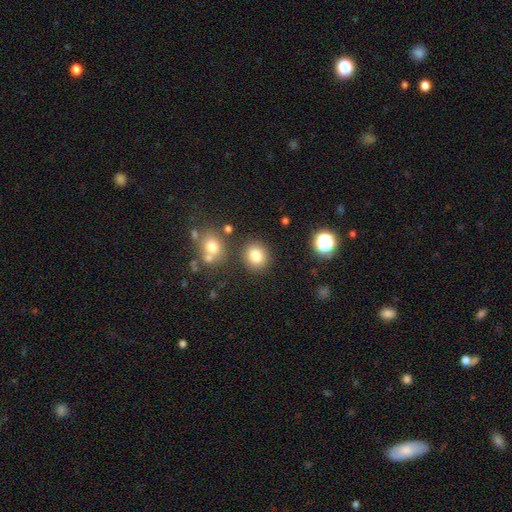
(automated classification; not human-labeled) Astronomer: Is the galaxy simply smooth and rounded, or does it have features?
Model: smooth — 80%.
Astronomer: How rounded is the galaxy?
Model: round — 79%.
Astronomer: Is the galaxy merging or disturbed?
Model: none — 83%.